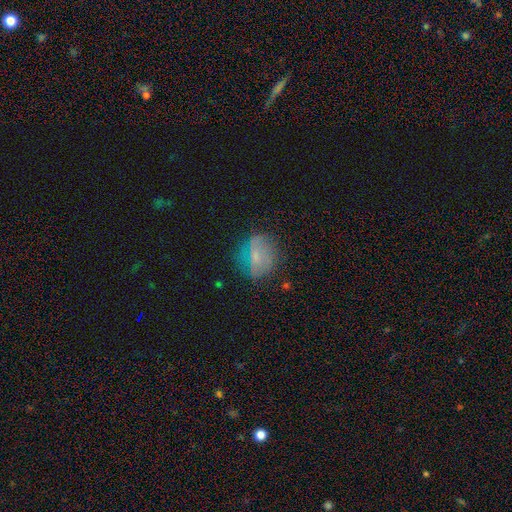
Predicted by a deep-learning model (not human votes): A smooth galaxy with no disk features (53%) that is round (55%).

Vote fractions:
- Smooth or featured? smooth: 53% / featured or disk: 32% / star or artifact: 14%
- How rounded? round: 55% / in between: 43% / cigar-shaped: 2%
- Merging? none: 59% / minor disturbance: 24% / major disturbance: 14% / merger: 3%